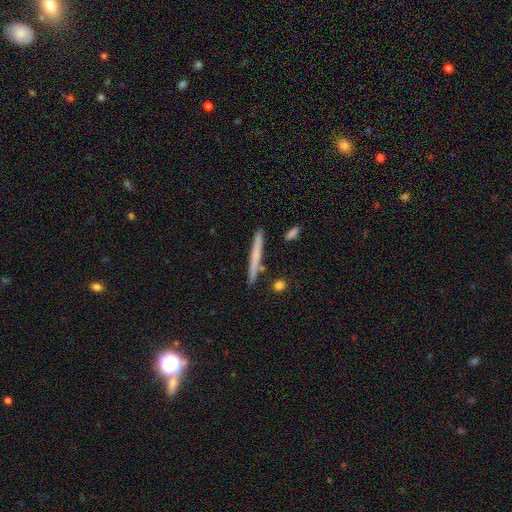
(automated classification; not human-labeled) Smooth or featured? smooth (57%)
How rounded? cigar-shaped (96%)
Merging? none (87%)